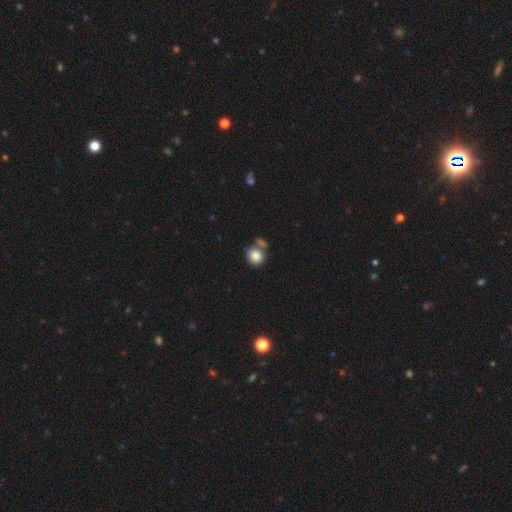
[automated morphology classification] type=smooth (85%); roundness=round (82%); merging=none (53%).